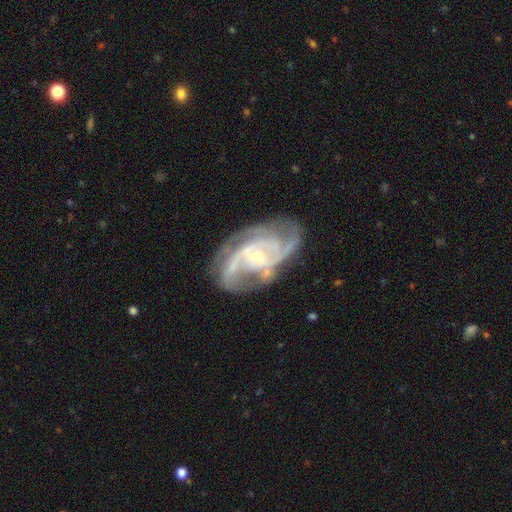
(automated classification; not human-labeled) Overall: featured or disk (89%). Edge-on disk: no (97%). Bar: no (55%; weak 33%). Spiral arms: yes (96%). Spiral arm count: 2 (36%; 3 30%). Spiral winding: medium (48%; tight 38%). Bulge size: small (74%). Merging: none (60%; minor disturbance 21%).